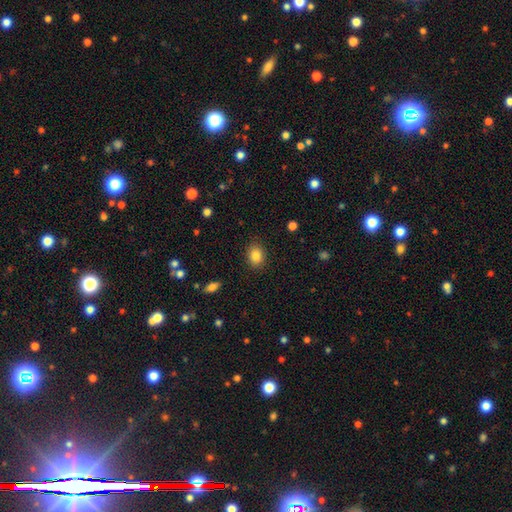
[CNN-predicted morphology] The model was most divided on "how rounded": in between: 58%, round: 41%, cigar-shaped: 1%. More confident: merging — none (87%); smooth or featured — smooth (85%).